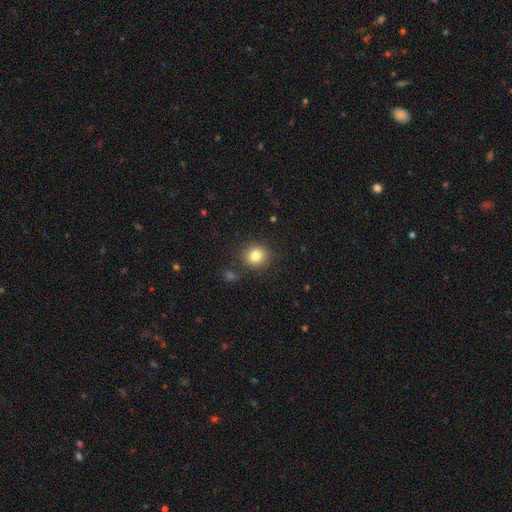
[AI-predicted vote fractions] Smooth or featured?
  - smooth: 81% *
  - star or artifact: 11%
  - featured or disk: 7%
How rounded?
  - round: 84% *
  - in between: 15%
  - cigar-shaped: 1%
Merging?
  - none: 85% *
  - minor disturbance: 9%
  - merger: 3%
  - major disturbance: 3%